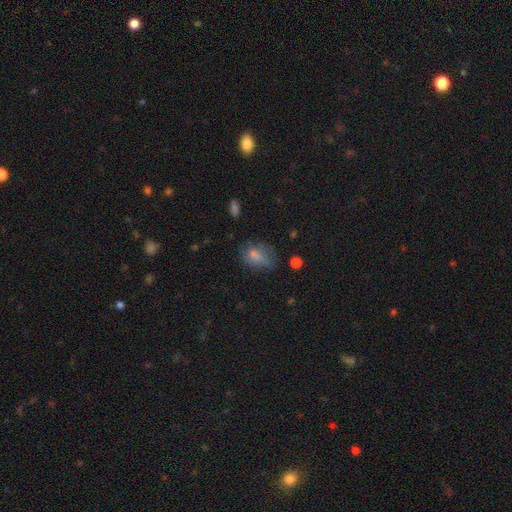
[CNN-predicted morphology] The model was most divided on "merging": none: 41%, minor disturbance: 32%, major disturbance: 24%, merger: 3%. More confident: how rounded — in between (73%); smooth or featured — smooth (72%).